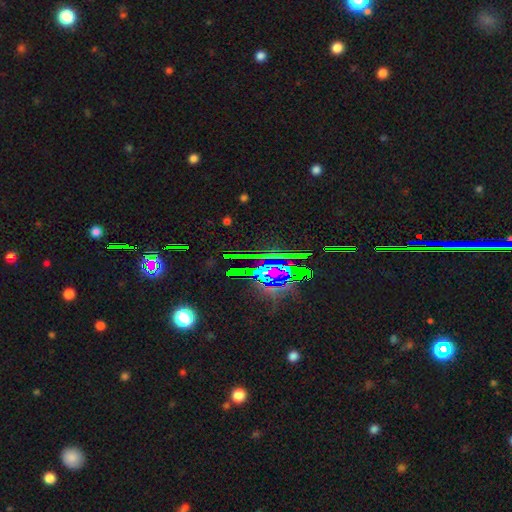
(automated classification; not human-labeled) This is clearly a star or artifact rather than a galaxy (84%).